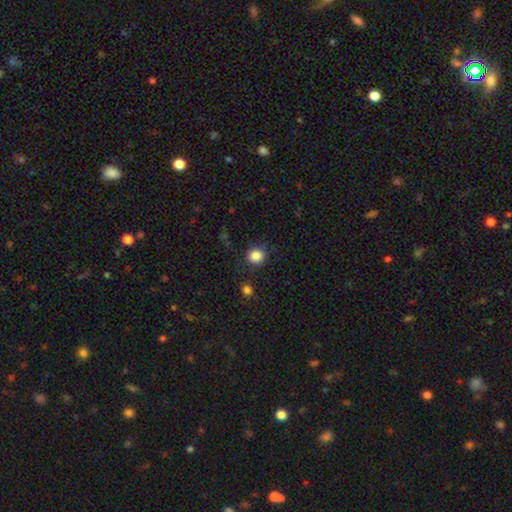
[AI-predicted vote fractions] Morphology: type=smooth (86%); roundness=round (89%); merging=none (86%).